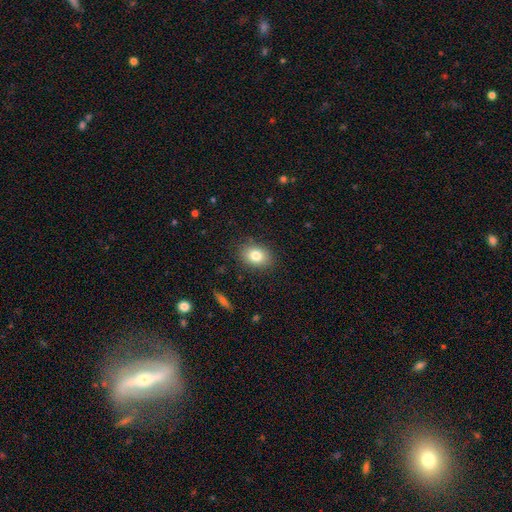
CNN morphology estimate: type=smooth (80%); roundness=in between (71%); merging=none (85%).